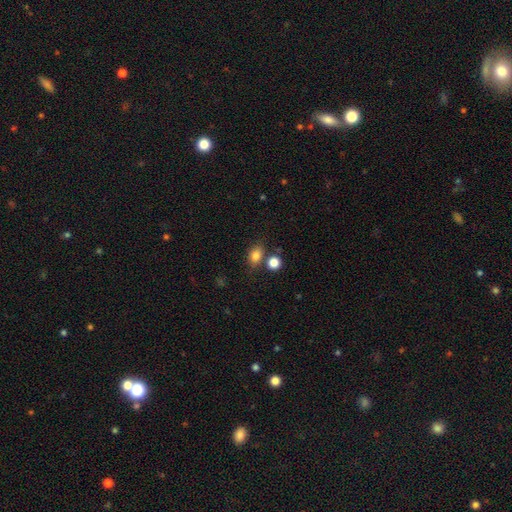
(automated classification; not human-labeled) This appears to be a smooth galaxy with no disk features (82%) that is in between round and cigar-shaped (67%). Merging: none (68%).